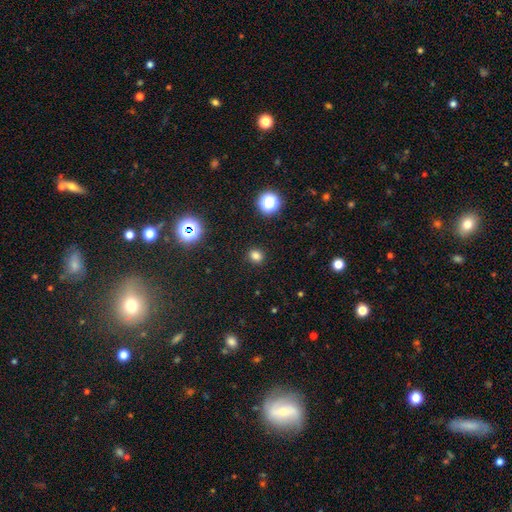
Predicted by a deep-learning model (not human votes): Smooth or featured? smooth (78%)
How rounded? round (71%)
Merging? none (89%)